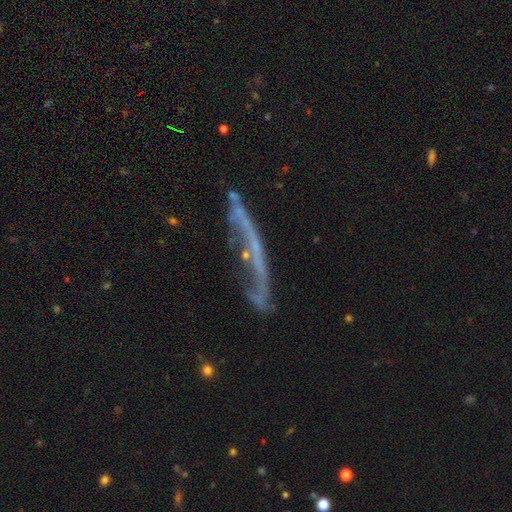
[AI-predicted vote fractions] smooth-or-featured: featured or disk: 66% | smooth: 23% | star or artifact: 12%
  disk-edge-on: no: 56% | yes: 44%
  merging: none: 36% | major disturbance: 31% | minor disturbance: 20% | merger: 12%